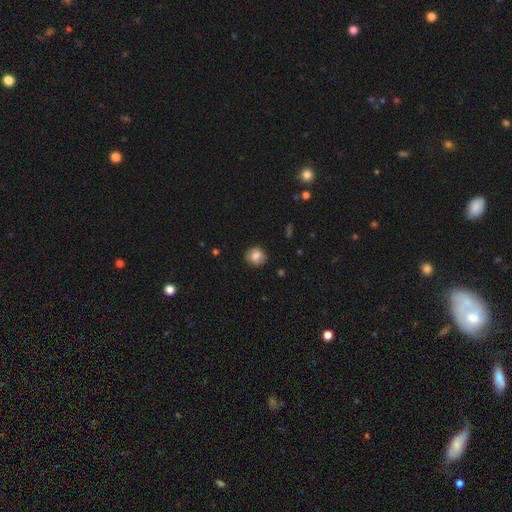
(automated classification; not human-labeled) The model was most divided on "smooth or featured": smooth: 80%, featured or disk: 11%, star or artifact: 9%. More confident: how rounded — round (85%); merging — none (85%).